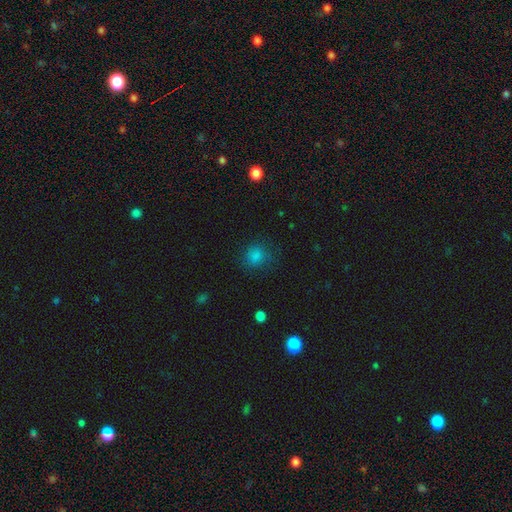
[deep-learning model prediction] Q: Smooth or featured?
A: smooth (76%); runner-up: star or artifact (18%)
Q: How rounded?
A: round (83%); runner-up: in between (16%)
Q: Merging?
A: none (80%); runner-up: minor disturbance (13%)